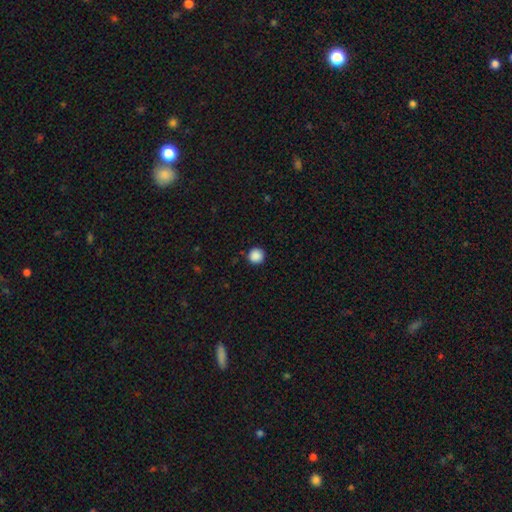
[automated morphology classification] smooth_or_featured: smooth (p=0.88) [alt: star or artifact p=0.10]
how_rounded: round (p=0.95) [alt: in between p=0.04]
merging: none (p=0.91) [alt: minor disturbance p=0.06]